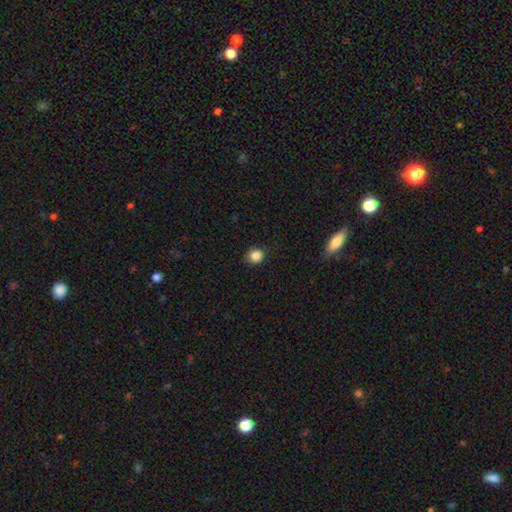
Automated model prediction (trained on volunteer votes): Smooth or featured: smooth — 86% (star or artifact — 11%)
How rounded: round — 85% (in between — 14%)
Merging: none — 86% (minor disturbance — 10%)